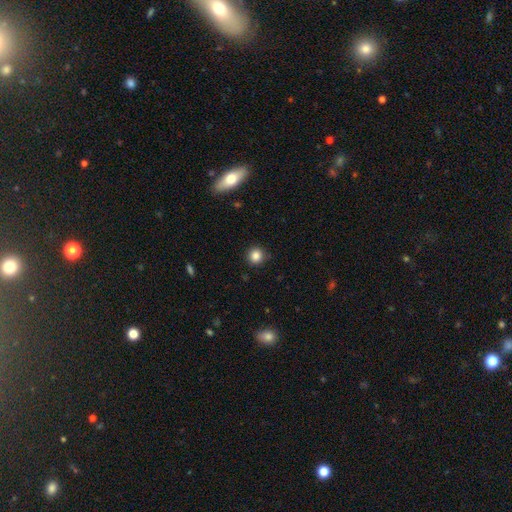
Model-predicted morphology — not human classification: A smooth galaxy with no disk features (85%) that is round (92%).

Vote fractions:
- Smooth or featured? smooth: 85% / star or artifact: 11% / featured or disk: 4%
- How rounded? round: 92% / in between: 7% / cigar-shaped: 1%
- Merging? none: 88% / minor disturbance: 9% / major disturbance: 2% / merger: 1%